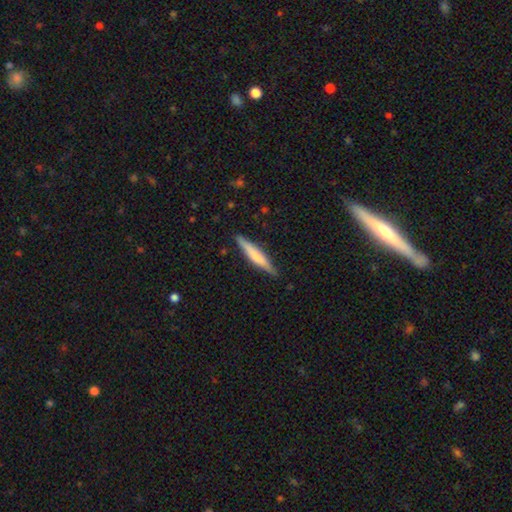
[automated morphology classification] Q: Smooth or featured?
A: smooth (56%); runner-up: featured or disk (39%)
Q: How rounded?
A: cigar-shaped (92%); runner-up: in between (7%)
Q: Merging?
A: none (87%); runner-up: minor disturbance (10%)